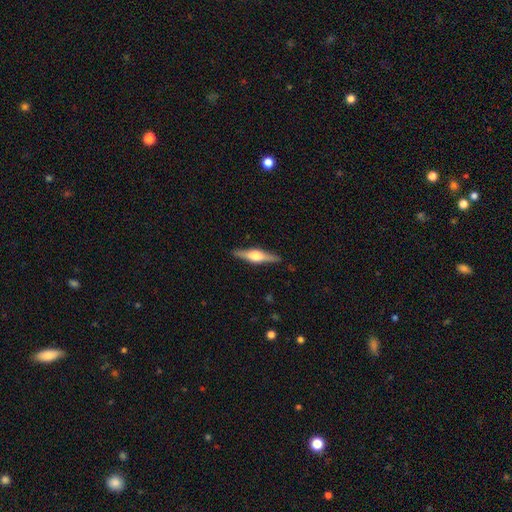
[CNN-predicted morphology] This appears to be a featured or disk galaxy (69%) viewed edge-on (97%) with a rounded central bulge (91%). Merging: none (89%).